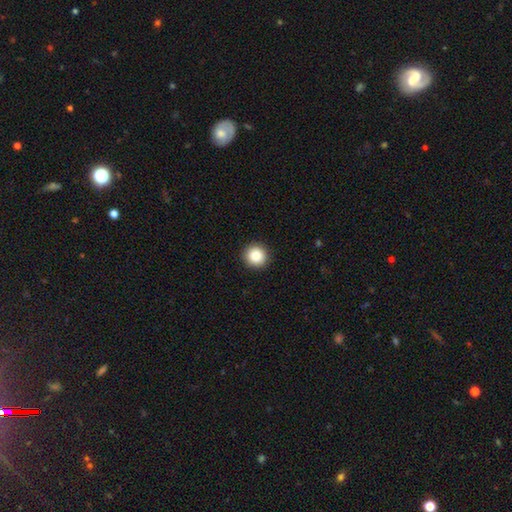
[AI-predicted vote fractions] Smooth or featured? smooth (87%)
How rounded? round (94%)
Merging? none (92%)